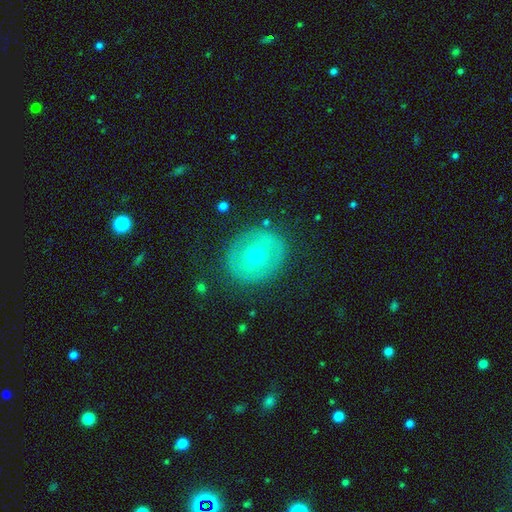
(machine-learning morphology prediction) Smooth or featured: smooth — 45% (tied with featured or disk — 45%)
Merging: none — 84% (minor disturbance — 10%)